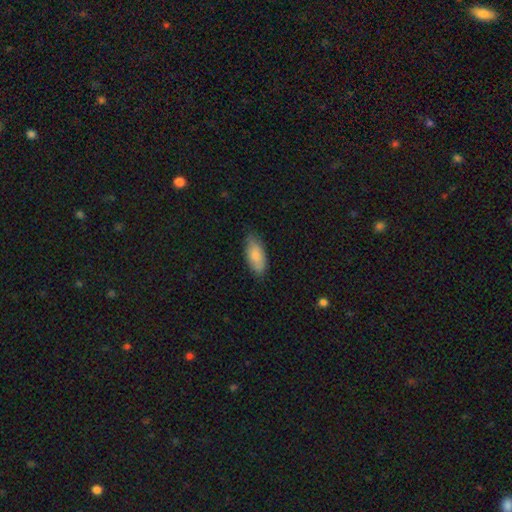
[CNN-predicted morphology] This is clearly a smooth galaxy (84%). How rounded: clearly in between (87%). Merging: likely none (77%).